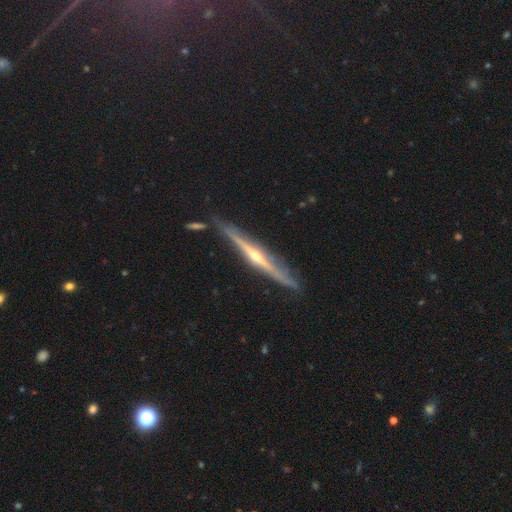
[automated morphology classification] Smooth or featured?
  - featured or disk: 82% *
  - smooth: 11%
  - star or artifact: 7%
Edge-on disk?
  - yes: 96% *
  - no: 4%
Edge-on bulge?
  - rounded: 80% *
  - none: 15%
  - boxy: 4%
Merging?
  - none: 82% *
  - minor disturbance: 13%
  - merger: 3%
  - major disturbance: 3%